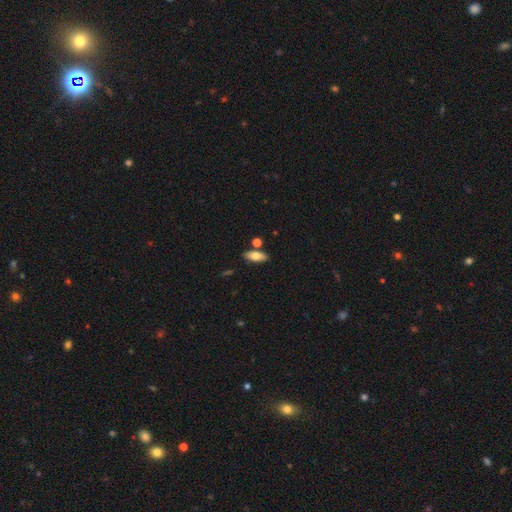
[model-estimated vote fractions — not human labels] This is likely a smooth galaxy (74%). How rounded: likely in between (77%). Merging: likely none (79%).